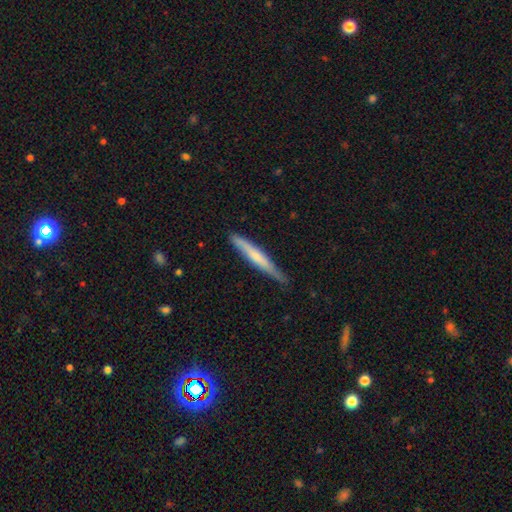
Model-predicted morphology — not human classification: A smooth galaxy with no disk features (55%) that is cigar-shaped (96%).

Vote fractions:
- Smooth or featured? smooth: 55% / featured or disk: 40% / star or artifact: 5%
- How rounded? cigar-shaped: 96% / in between: 3% / round: 1%
- Merging? none: 79% / minor disturbance: 17% / major disturbance: 2% / merger: 1%